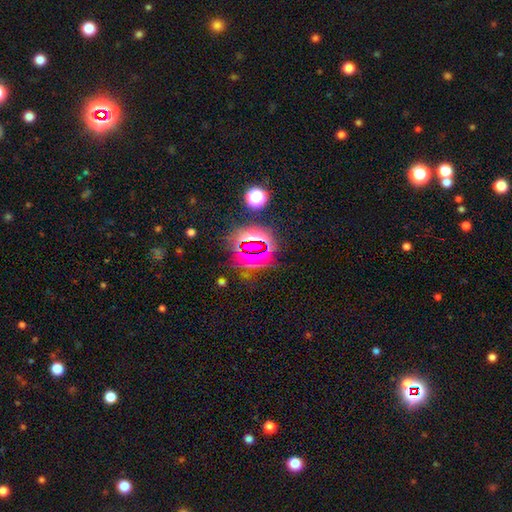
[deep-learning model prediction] A star or artifact, not a galaxy (64%).

Vote fractions:
- Smooth or featured? star or artifact: 64% / smooth: 19% / featured or disk: 17%